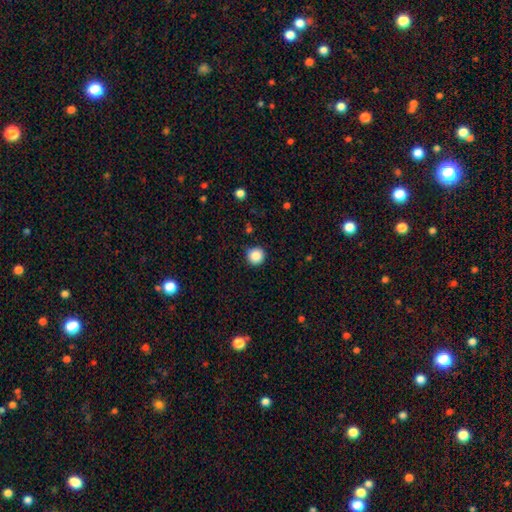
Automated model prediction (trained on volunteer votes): Smooth or featured?
  - smooth: 87% *
  - star or artifact: 10%
  - featured or disk: 4%
How rounded?
  - round: 96% *
  - in between: 3%
  - cigar-shaped: 1%
Merging?
  - none: 90% *
  - minor disturbance: 7%
  - major disturbance: 2%
  - merger: 1%